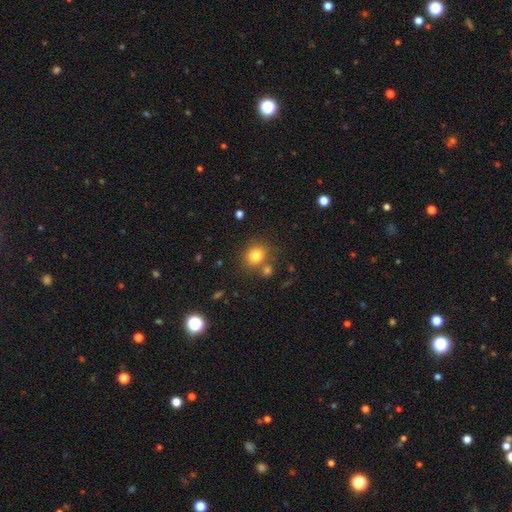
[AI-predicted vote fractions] Smooth or featured? smooth (80%)
How rounded? round (70%)
Merging? none (70%)